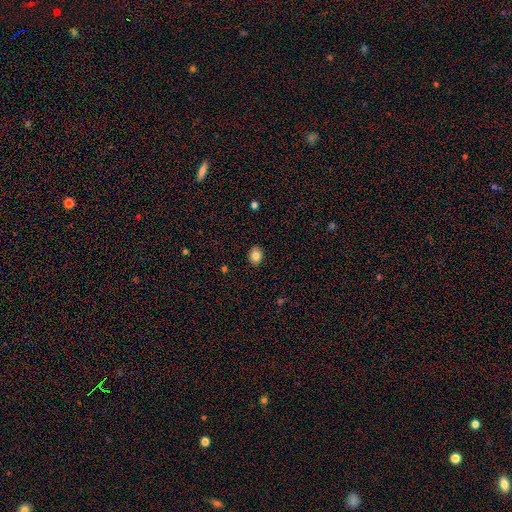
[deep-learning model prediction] This is clearly a smooth galaxy (84%). How rounded: likely in between (65%). Merging: clearly none (89%).